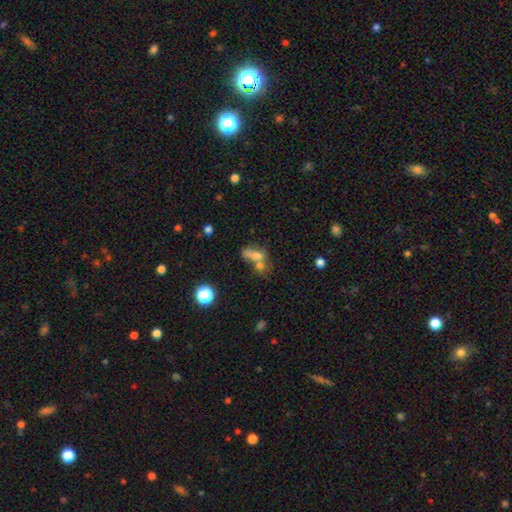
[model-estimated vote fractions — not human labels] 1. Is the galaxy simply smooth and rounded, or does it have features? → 63% smooth, 21% featured or disk, 16% star or artifact.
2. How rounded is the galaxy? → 68% in between, 20% round, 12% cigar-shaped.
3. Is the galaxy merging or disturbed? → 52% merger, 25% none, 11% minor disturbance, 11% major disturbance.